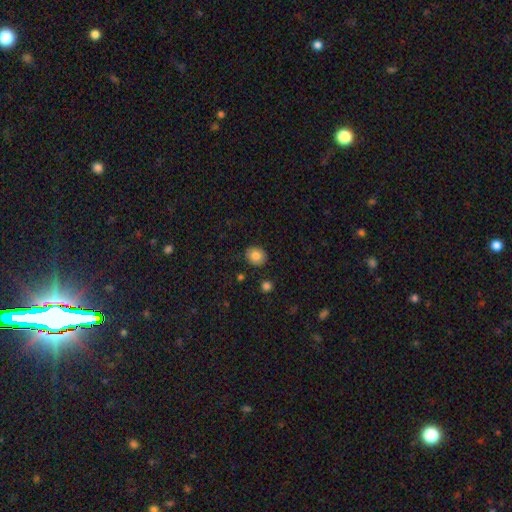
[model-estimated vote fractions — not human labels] The model was most divided on "how rounded": round: 76%, in between: 24%, cigar-shaped: 1%. More confident: merging — none (87%); smooth or featured — smooth (83%).